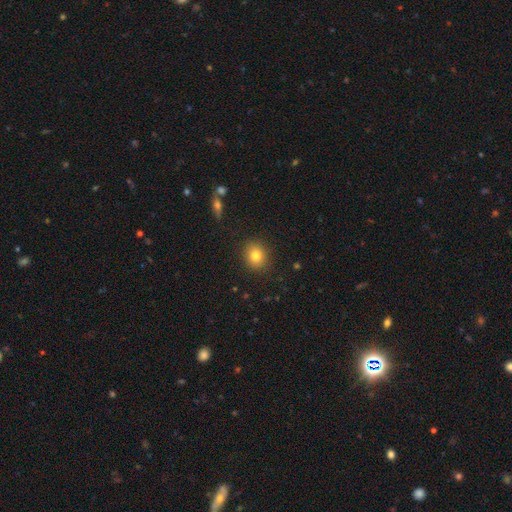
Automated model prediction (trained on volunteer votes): This appears to be a smooth galaxy with no disk features (80%) that is round (76%). Merging: none (89%).